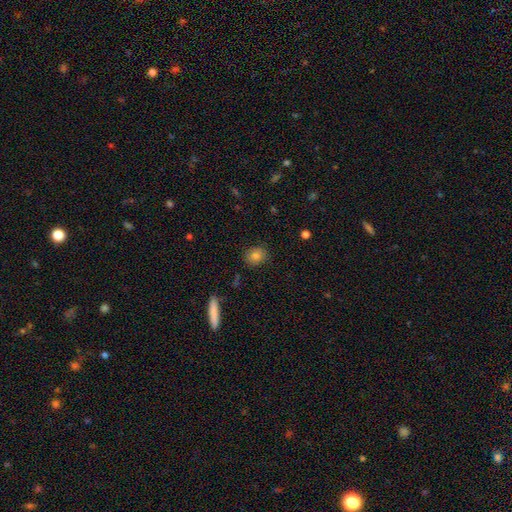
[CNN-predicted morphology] smooth 81%, star or artifact 10%, featured or disk 9%. Down the decision tree: how rounded — round (71%); merging — none (86%).